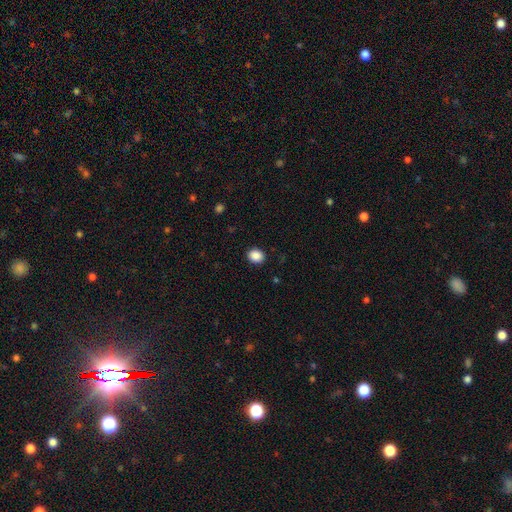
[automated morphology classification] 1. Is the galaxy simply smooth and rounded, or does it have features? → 89% smooth, 9% star or artifact, 2% featured or disk.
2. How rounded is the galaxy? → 56% round, 43% in between, 1% cigar-shaped.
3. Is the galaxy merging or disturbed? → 90% none, 7% minor disturbance, 2% major disturbance, 1% merger.